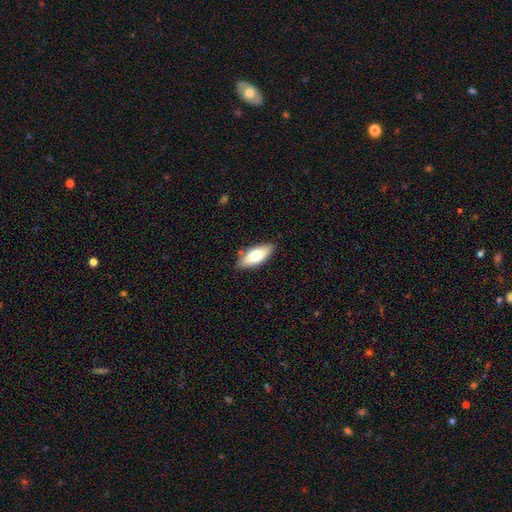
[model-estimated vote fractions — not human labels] smooth_or_featured: smooth (p=0.67) [alt: featured or disk p=0.27]
how_rounded: in between (p=0.78) [alt: cigar-shaped p=0.19]
merging: none (p=0.84) [alt: minor disturbance p=0.12]